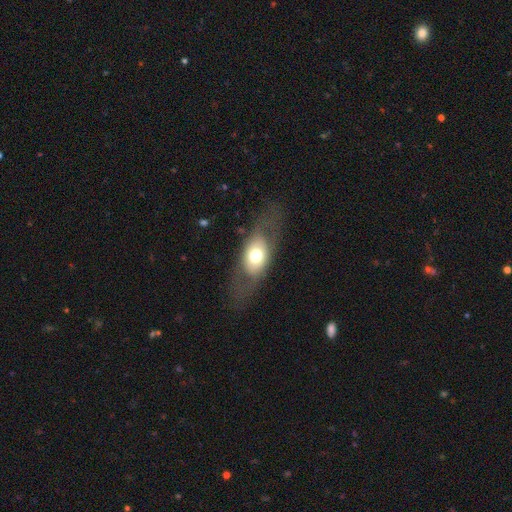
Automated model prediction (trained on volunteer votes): smooth-or-featured: smooth: 51% | featured or disk: 42% | star or artifact: 7%
  how-rounded: in between: 80% | round: 13% | cigar-shaped: 7%
  merging: none: 72% | minor disturbance: 15% | major disturbance: 12% | merger: 1%